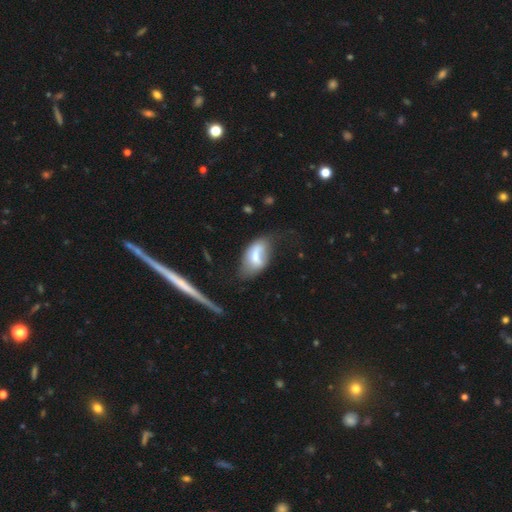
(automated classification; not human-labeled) Smooth or featured?
  - smooth: 55% *
  - featured or disk: 37%
  - star or artifact: 8%
How rounded?
  - in between: 92% *
  - round: 5%
  - cigar-shaped: 3%
Merging?
  - none: 36% *
  - minor disturbance: 33%
  - major disturbance: 24%
  - merger: 7%